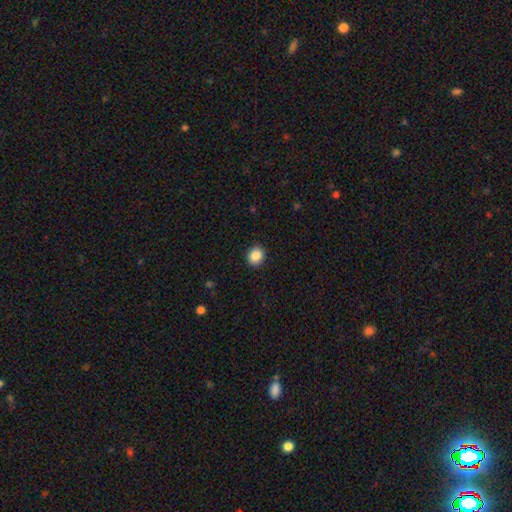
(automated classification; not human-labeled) Smooth or featured: smooth — 86% (star or artifact — 9%)
How rounded: round — 74% (in between — 25%)
Merging: none — 92% (minor disturbance — 6%)